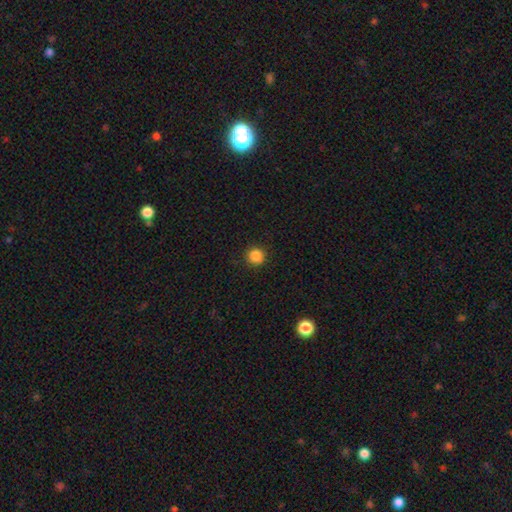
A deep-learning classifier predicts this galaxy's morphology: smooth_or_featured: smooth (p=0.86) [alt: star or artifact p=0.11]
how_rounded: round (p=0.94) [alt: in between p=0.05]
merging: none (p=0.91) [alt: minor disturbance p=0.06]